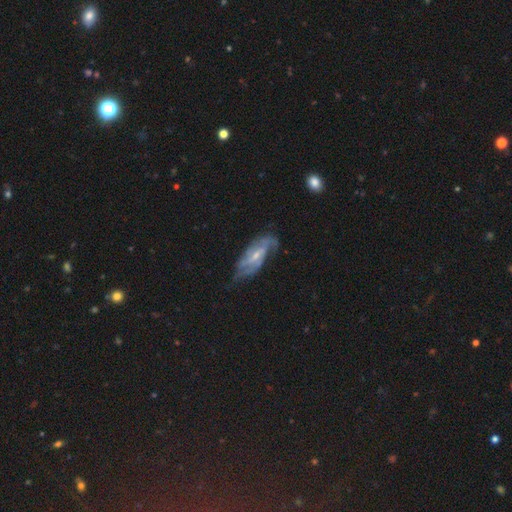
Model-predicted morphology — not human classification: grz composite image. It shows a featured or disk galaxy (80%) with a weak bar (46%), 2 (57%) medium (44%) spiral arms (89%) and a small central bulge (60%). Merging: none (57%).